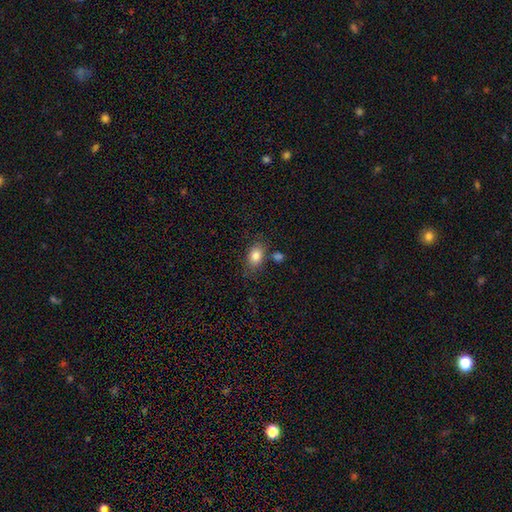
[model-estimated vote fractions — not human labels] Smooth or featured? Predicted: smooth (p=0.84). How rounded? Predicted: in between (p=0.80). Merging? Predicted: none (p=0.71).